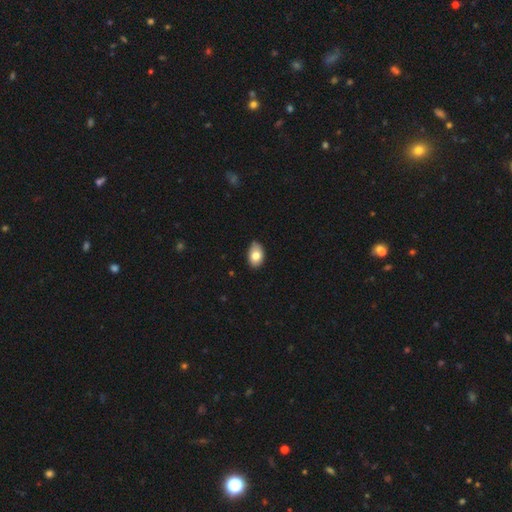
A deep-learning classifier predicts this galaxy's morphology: Smooth or featured?
  - smooth: 80% *
  - featured or disk: 13%
  - star or artifact: 7%
How rounded?
  - in between: 90% *
  - round: 9%
  - cigar-shaped: 1%
Merging?
  - none: 80% *
  - minor disturbance: 17%
  - major disturbance: 2%
  - merger: 1%